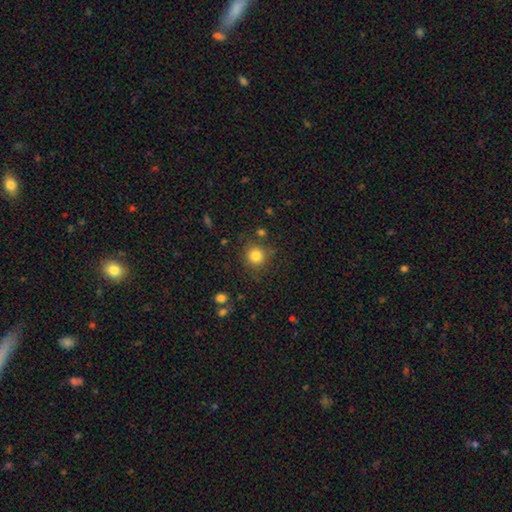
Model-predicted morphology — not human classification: Smooth or featured: smooth — 82% (star or artifact — 12%)
How rounded: round — 92% (in between — 7%)
Merging: none — 83% (minor disturbance — 10%)